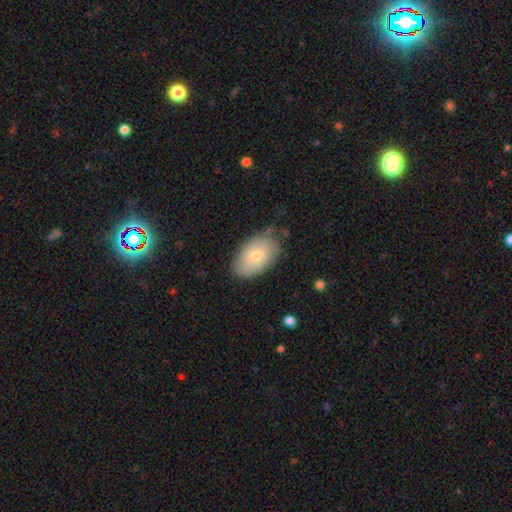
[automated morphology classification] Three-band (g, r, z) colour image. It shows a smooth galaxy with no disk features (70%) that is in between round and cigar-shaped (93%). Merging: none (76%).